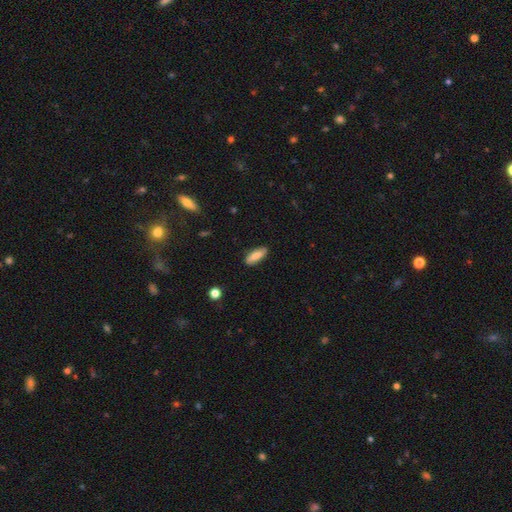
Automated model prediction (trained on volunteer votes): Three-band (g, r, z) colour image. It shows a smooth galaxy with no disk features (79%) that is in between round and cigar-shaped (60%). Merging: none (85%).